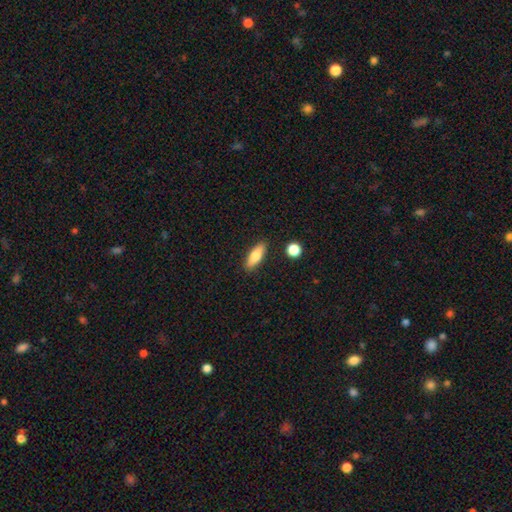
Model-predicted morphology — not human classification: A smooth galaxy with no disk features (76%) that is in between round and cigar-shaped (63%).

Vote fractions:
- Smooth or featured? smooth: 76% / featured or disk: 18% / star or artifact: 7%
- How rounded? in between: 63% / cigar-shaped: 34% / round: 3%
- Merging? none: 87% / minor disturbance: 9% / merger: 3% / major disturbance: 2%